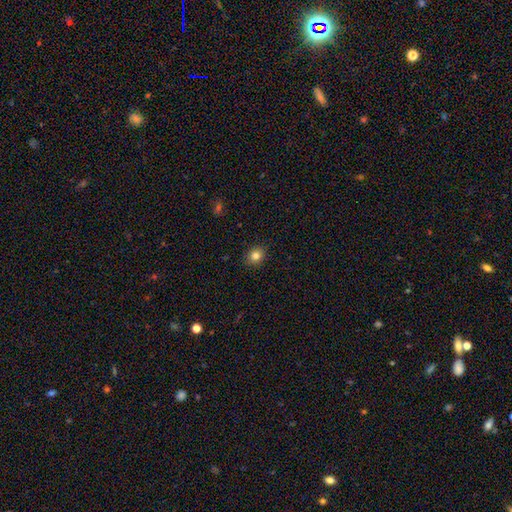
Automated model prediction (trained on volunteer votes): Smooth or featured? smooth (82%)
How rounded? round (64%)
Merging? none (89%)